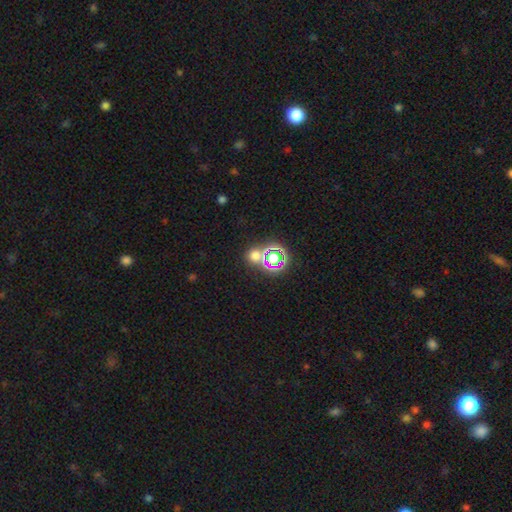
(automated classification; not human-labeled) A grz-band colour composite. It shows a smooth galaxy with no disk features (53%) that is round (83%). Merging: none (69%).